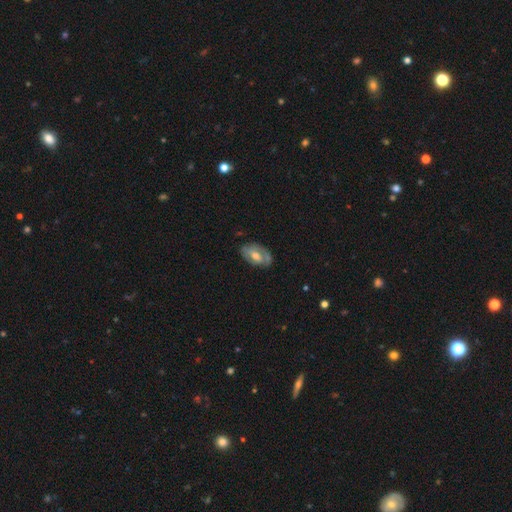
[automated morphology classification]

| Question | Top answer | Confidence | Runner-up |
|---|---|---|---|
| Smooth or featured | featured or disk | 59% | smooth (34%) |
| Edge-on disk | no | 92% | yes (8%) |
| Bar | no | 44% | weak (41%) |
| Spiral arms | yes | 59% | no (41%) |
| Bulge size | moderate | 66% | small (24%) |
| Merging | none | 69% | minor disturbance (23%) |